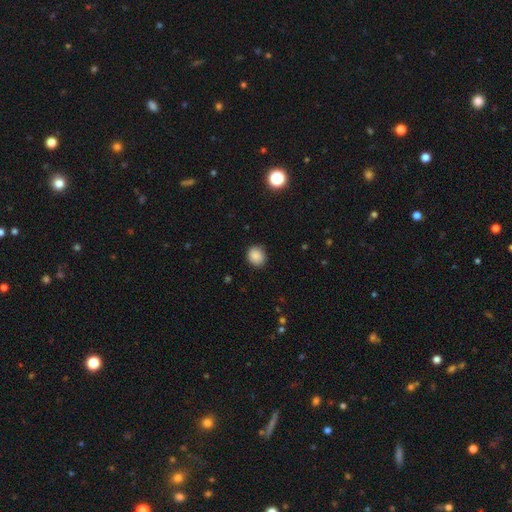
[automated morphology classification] Overall: smooth (87%). How rounded: round (75%). Merging: none (85%).